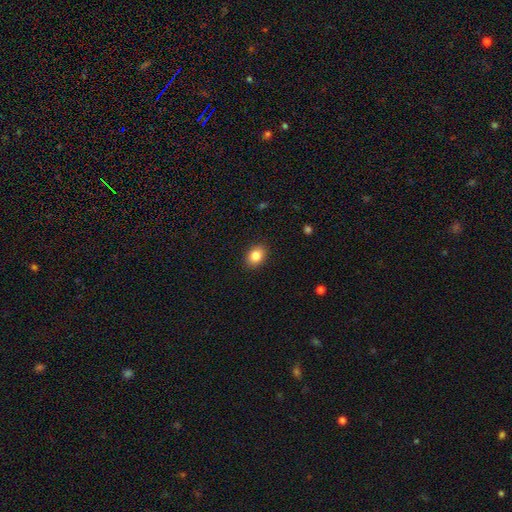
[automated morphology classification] Q: Smooth or featured?
A: smooth (84%); runner-up: star or artifact (9%)
Q: How rounded?
A: in between (63%); runner-up: round (36%)
Q: Merging?
A: none (89%); runner-up: minor disturbance (8%)